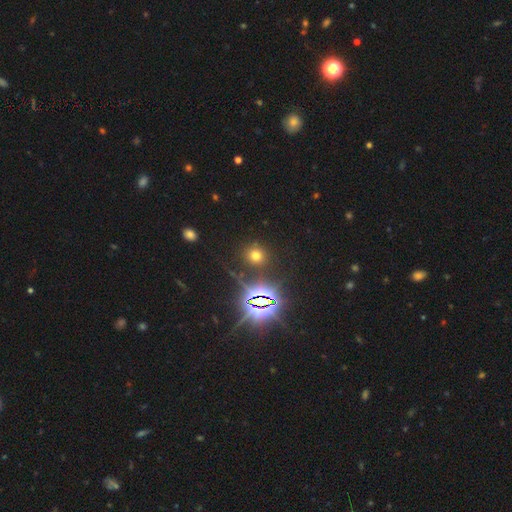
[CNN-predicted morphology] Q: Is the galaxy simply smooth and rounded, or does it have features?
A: smooth — 60%.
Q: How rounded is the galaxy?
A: round — 85%.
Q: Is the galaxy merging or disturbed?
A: none — 85%.